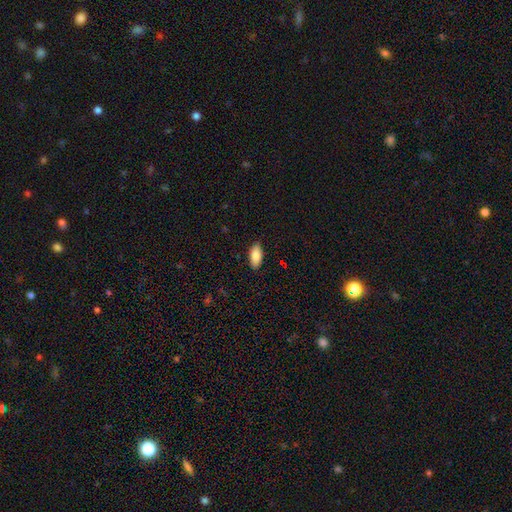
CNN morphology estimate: This appears to be a smooth galaxy with no disk features (84%) that is in between round and cigar-shaped (90%). Merging: none (88%).